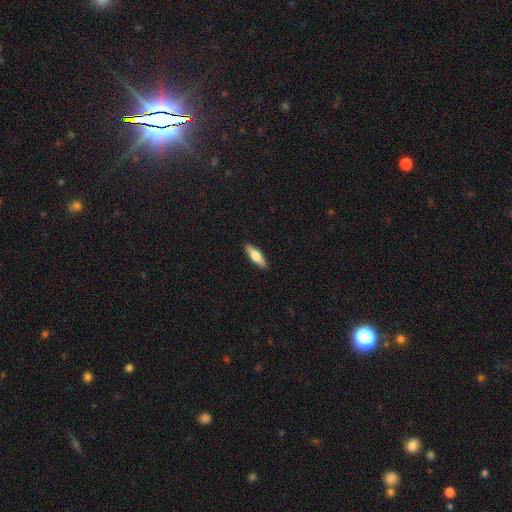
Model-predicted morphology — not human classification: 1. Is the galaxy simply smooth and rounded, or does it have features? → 61% smooth, 34% featured or disk, 6% star or artifact.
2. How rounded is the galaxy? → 53% cigar-shaped, 45% in between, 2% round.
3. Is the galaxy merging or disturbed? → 90% none, 8% minor disturbance, 2% major disturbance, 1% merger.